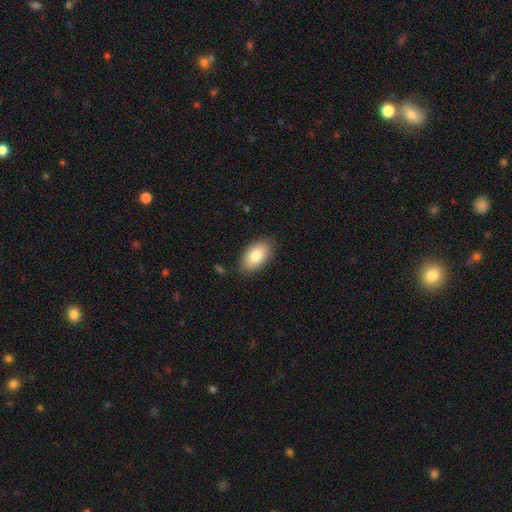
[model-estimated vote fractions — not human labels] Smooth or featured?
  - smooth: 82% *
  - featured or disk: 12%
  - star or artifact: 7%
How rounded?
  - in between: 93% *
  - round: 5%
  - cigar-shaped: 2%
Merging?
  - none: 84% *
  - minor disturbance: 12%
  - major disturbance: 3%
  - merger: 1%